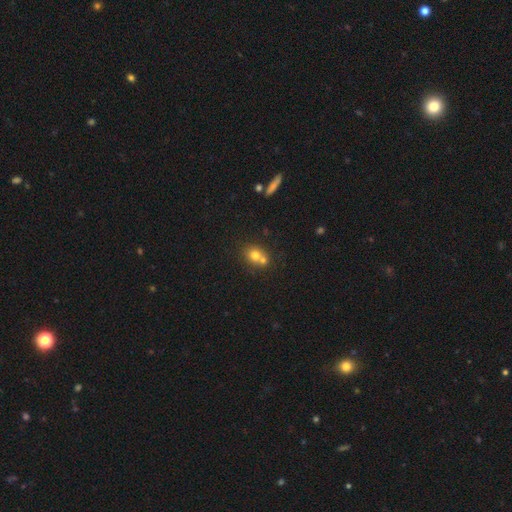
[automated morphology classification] Smooth or featured? smooth (71%)
How rounded? round (75%)
Merging? merger (49%)